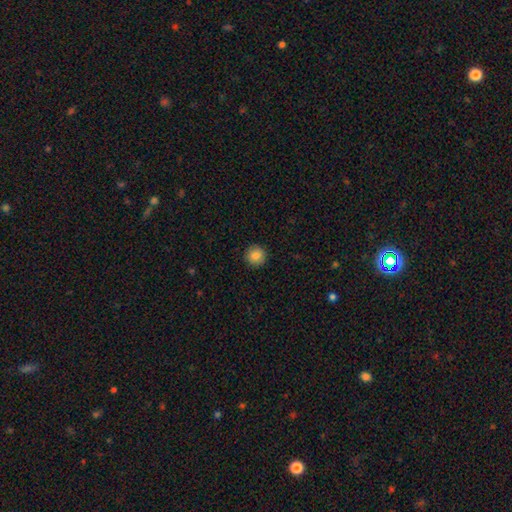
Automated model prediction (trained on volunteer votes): The model was most divided on "smooth or featured": smooth: 84%, star or artifact: 9%, featured or disk: 7%. More confident: how rounded — round (95%); merging — none (91%).